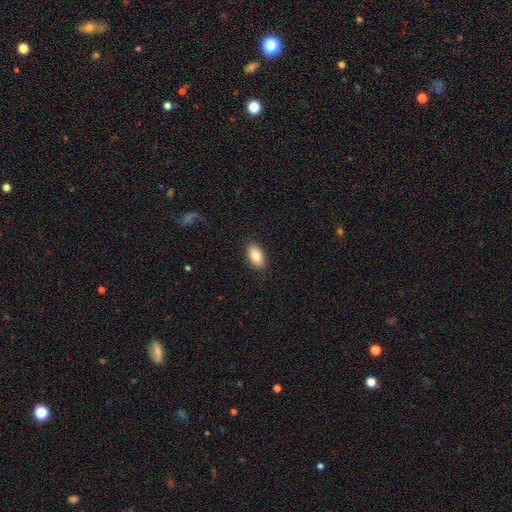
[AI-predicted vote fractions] smooth-or-featured: smooth: 83% | featured or disk: 10% | star or artifact: 7%
  how-rounded: in between: 93% | round: 4% | cigar-shaped: 2%
  merging: none: 88% | minor disturbance: 8% | major disturbance: 2% | merger: 1%